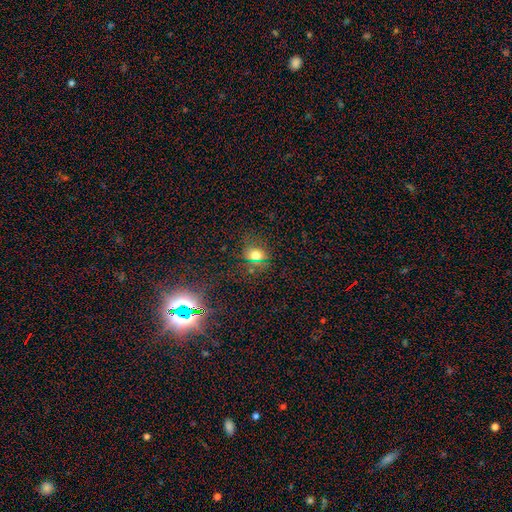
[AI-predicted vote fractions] This is likely a smooth galaxy (62%). How rounded: likely round (71%). Merging: likely none (76%).